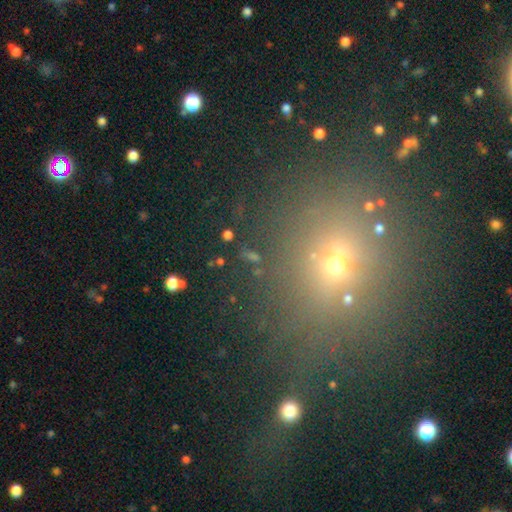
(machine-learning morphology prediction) The model was most divided on "smooth or featured": star or artifact: 46%, smooth: 38%, featured or disk: 15%.